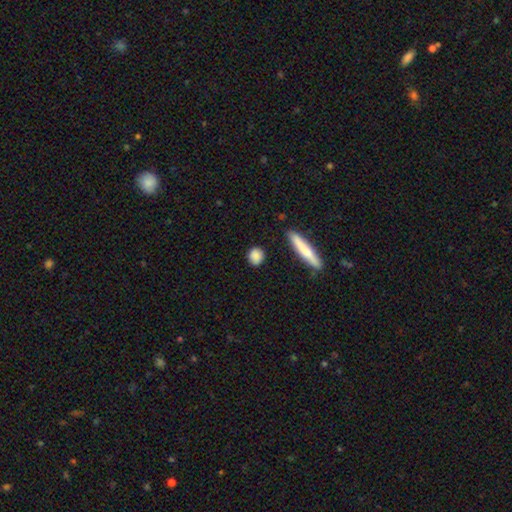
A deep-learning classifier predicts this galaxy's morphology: This is clearly a smooth galaxy (86%). How rounded: likely round (65%). Merging: clearly none (86%).